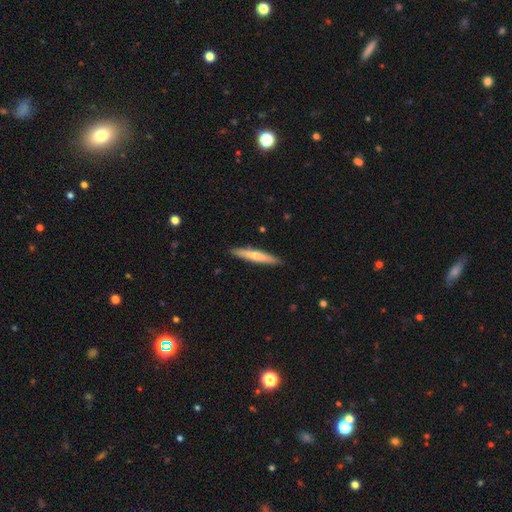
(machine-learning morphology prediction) Overall: smooth (56%; featured or disk 39%). How rounded: cigar-shaped (93%). Merging: none (90%).